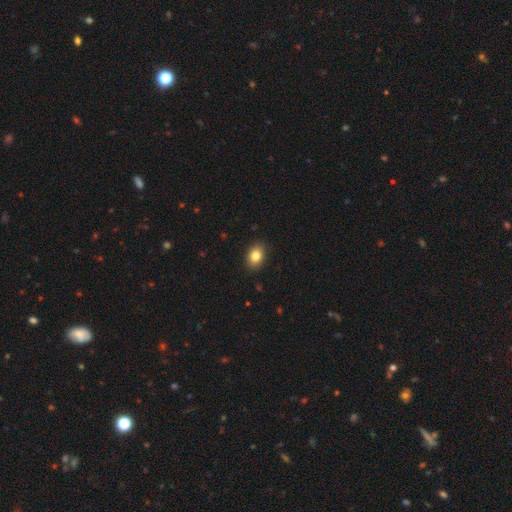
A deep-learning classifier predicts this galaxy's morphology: smooth-or-featured: smooth: 83% | star or artifact: 9% | featured or disk: 7%
  how-rounded: in between: 74% | round: 24% | cigar-shaped: 1%
  merging: none: 88% | minor disturbance: 9% | major disturbance: 2% | merger: 1%